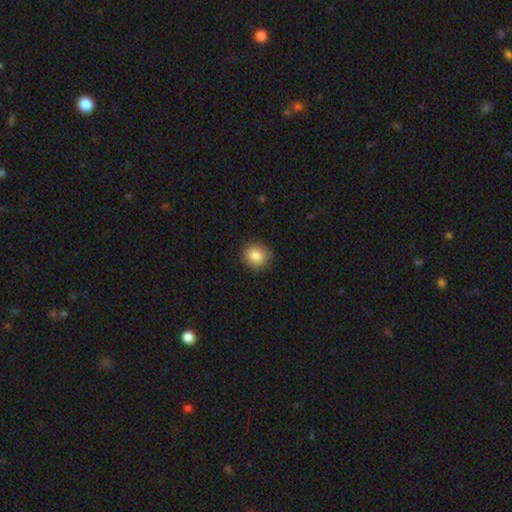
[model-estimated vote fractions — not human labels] smooth-or-featured: smooth: 85% | star or artifact: 9% | featured or disk: 6%
  how-rounded: round: 85% | in between: 14% | cigar-shaped: 1%
  merging: none: 89% | minor disturbance: 8% | major disturbance: 2% | merger: 1%